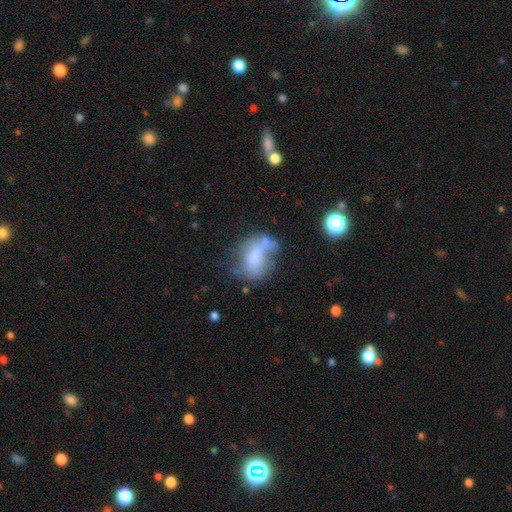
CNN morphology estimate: smooth_or_featured: smooth (p=0.55) [alt: featured or disk p=0.32]
how_rounded: in between (p=0.73) [alt: round p=0.23]
merging: major disturbance (p=0.29) [alt: none p=0.28]